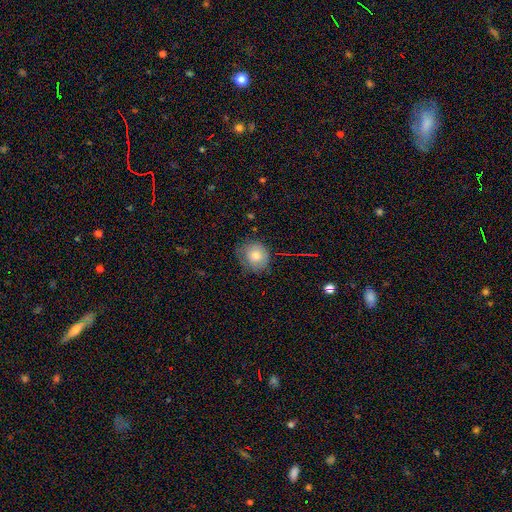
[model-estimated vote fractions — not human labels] smooth-or-featured: smooth: 74% | featured or disk: 15% | star or artifact: 11%
  how-rounded: round: 84% | in between: 15% | cigar-shaped: 1%
  merging: none: 72% | minor disturbance: 22% | major disturbance: 5% | merger: 1%